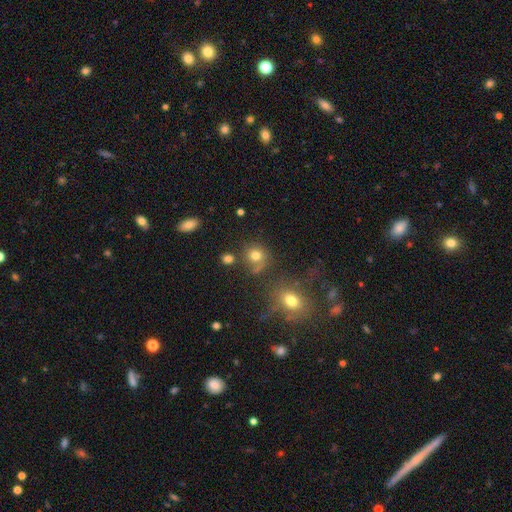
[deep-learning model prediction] smooth_or_featured: smooth (p=0.75) [alt: star or artifact p=0.16]
how_rounded: round (p=0.85) [alt: in between p=0.14]
merging: none (p=0.66) [alt: minor disturbance p=0.14]